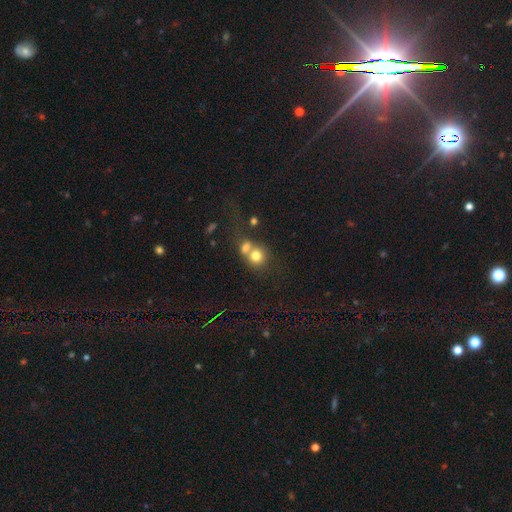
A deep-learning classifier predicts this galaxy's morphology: smooth_or_featured: smooth (p=0.74) [alt: featured or disk p=0.15]
how_rounded: round (p=0.79) [alt: in between p=0.19]
merging: merger (p=0.60) [alt: none p=0.29]